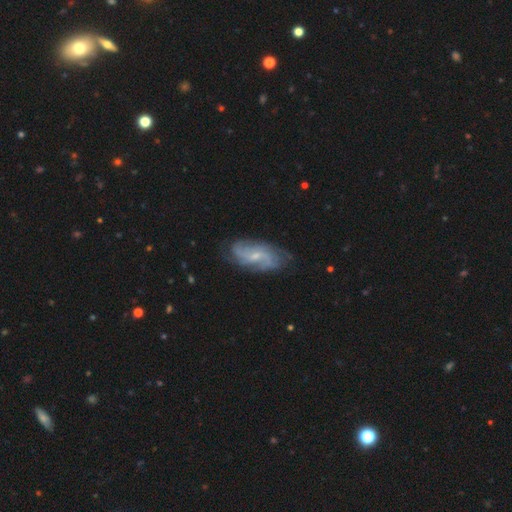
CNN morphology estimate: This appears to be a featured or disk galaxy (80%) with a weak bar (46%), 2 (43%) medium (43%) spiral arms (95%) and a small central bulge (68%). Merging: none (75%).